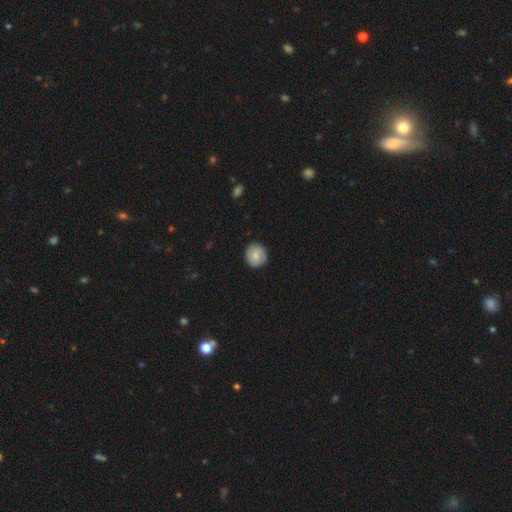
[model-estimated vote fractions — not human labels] smooth 71%, featured or disk 22%, star or artifact 7%. Down the decision tree: how rounded — round (90%); merging — none (87%).